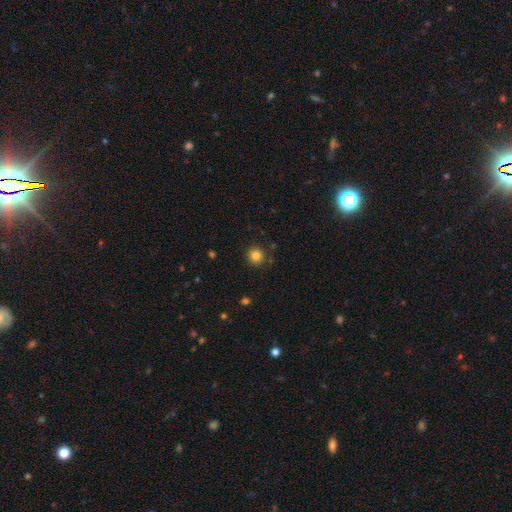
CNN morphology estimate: Smooth or featured? Predicted: smooth (p=0.83). How rounded? Predicted: round (p=0.94). Merging? Predicted: none (p=0.88).